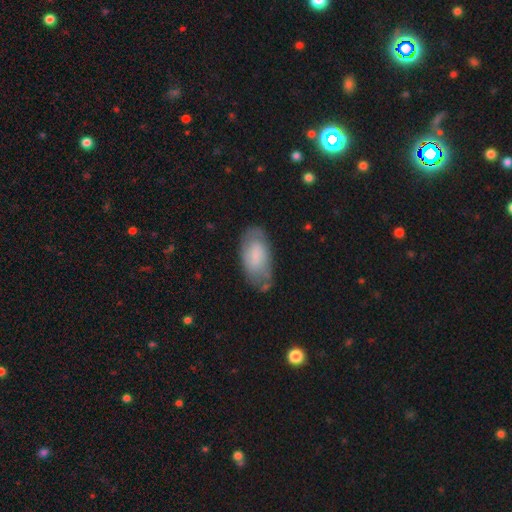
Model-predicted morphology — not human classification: A smooth galaxy with no disk features (68%) that is in between round and cigar-shaped (93%). Merging: none (63%).